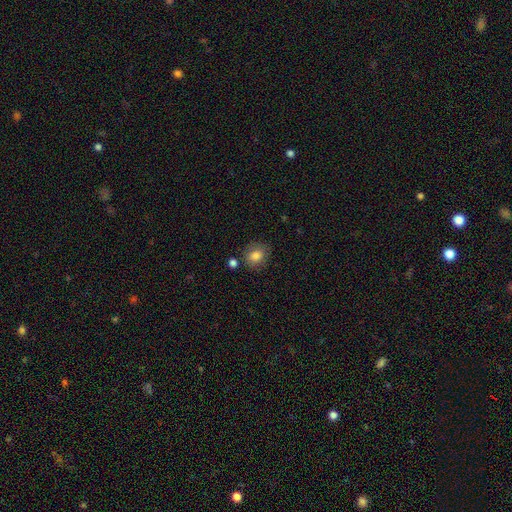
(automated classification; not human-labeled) This is clearly a smooth galaxy (83%). How rounded: likely round (64%). Merging: likely none (77%).